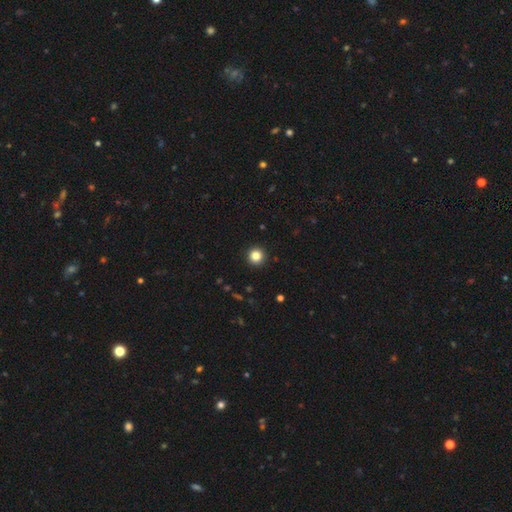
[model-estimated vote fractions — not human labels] Q: Smooth or featured?
A: smooth (85%); runner-up: star or artifact (11%)
Q: How rounded?
A: round (96%); runner-up: in between (3%)
Q: Merging?
A: none (93%); runner-up: minor disturbance (4%)